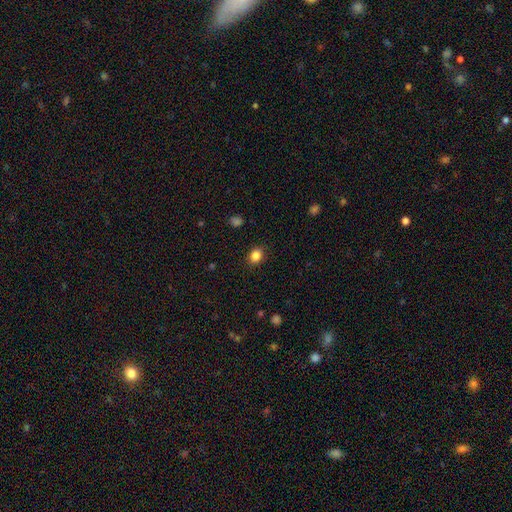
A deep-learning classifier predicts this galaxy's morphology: A smooth galaxy with no disk features (85%) that is round (50%). Merging: none (88%).